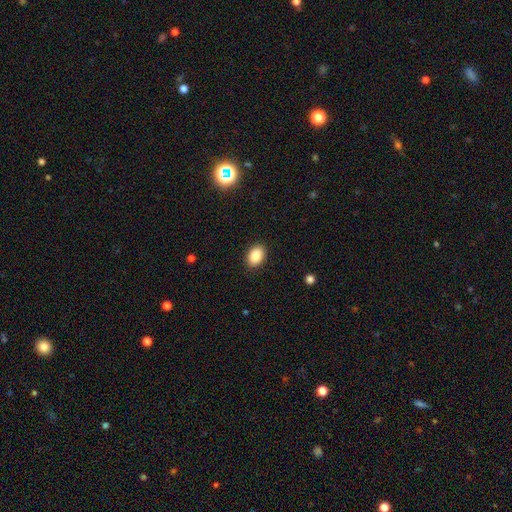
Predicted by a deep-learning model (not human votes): A smooth galaxy with no disk features (87%) that is in between round and cigar-shaped (81%).

Vote fractions:
- Smooth or featured? smooth: 87% / star or artifact: 8% / featured or disk: 4%
- How rounded? in between: 81% / round: 18% / cigar-shaped: 1%
- Merging? none: 89% / minor disturbance: 8% / major disturbance: 2% / merger: 1%